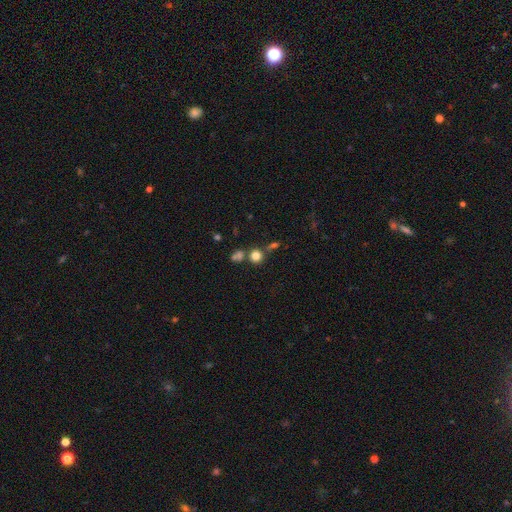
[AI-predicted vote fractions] A smooth galaxy with no disk features (76%) that is round (89%). Merging: none (63%).